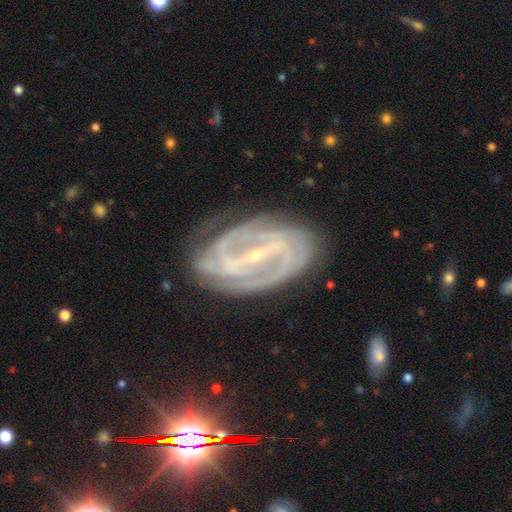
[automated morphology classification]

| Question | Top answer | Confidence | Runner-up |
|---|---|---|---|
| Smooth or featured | featured or disk | 87% | star or artifact (7%) |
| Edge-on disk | no | 95% | yes (5%) |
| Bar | strong | 63% | weak (26%) |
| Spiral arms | yes | 92% | no (8%) |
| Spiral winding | tight | 55% | medium (35%) |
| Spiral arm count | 2 | 58% | can't tell (20%) |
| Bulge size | small | 82% | moderate (13%) |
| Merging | none | 76% | minor disturbance (17%) |